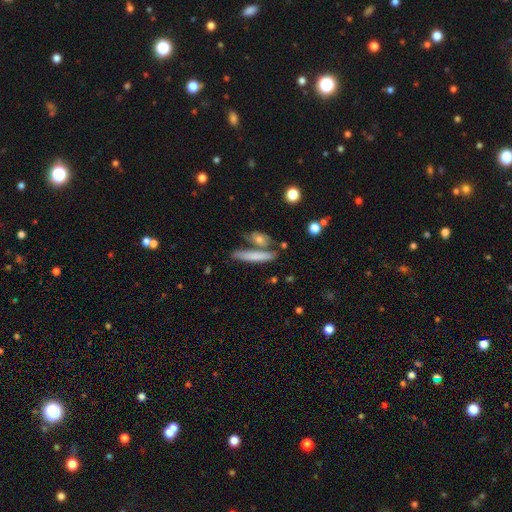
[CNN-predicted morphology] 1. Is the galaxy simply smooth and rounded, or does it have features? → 67% smooth, 27% featured or disk, 6% star or artifact.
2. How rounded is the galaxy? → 86% cigar-shaped, 11% in between, 4% round.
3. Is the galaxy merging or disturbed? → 67% none, 17% merger, 12% minor disturbance, 4% major disturbance.